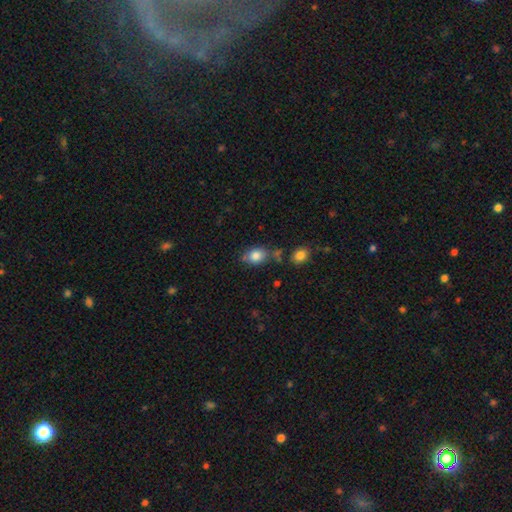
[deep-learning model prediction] This is clearly a smooth galaxy (83%). How rounded: likely in between (71%). Merging: likely none (64%).